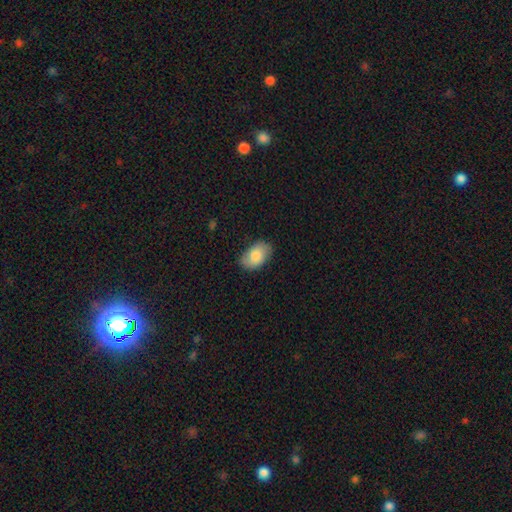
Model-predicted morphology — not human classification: smooth-or-featured: smooth: 81% | featured or disk: 12% | star or artifact: 6%
  how-rounded: in between: 92% | round: 7% | cigar-shaped: 1%
  merging: none: 80% | minor disturbance: 16% | major disturbance: 3% | merger: 1%